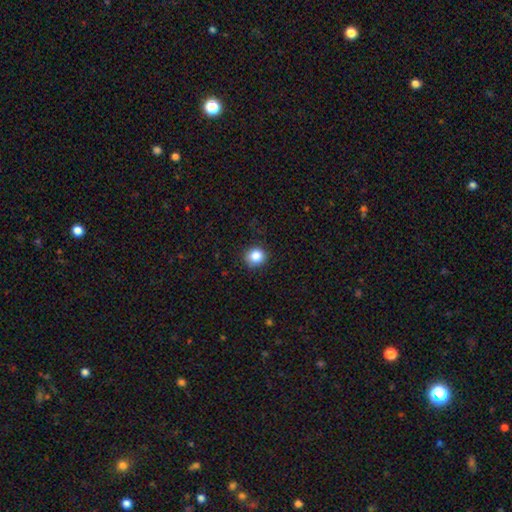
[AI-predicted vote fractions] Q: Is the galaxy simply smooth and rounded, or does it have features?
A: smooth — 86%.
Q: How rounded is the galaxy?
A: round — 89%.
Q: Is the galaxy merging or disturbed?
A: none — 88%.